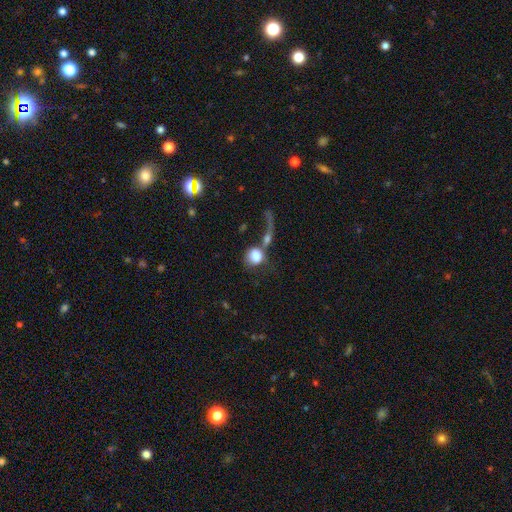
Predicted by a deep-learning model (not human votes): Smooth or featured: smooth — 74% (featured or disk — 18%)
How rounded: round — 75% (in between — 23%)
Merging: merger — 45% (major disturbance — 24%)